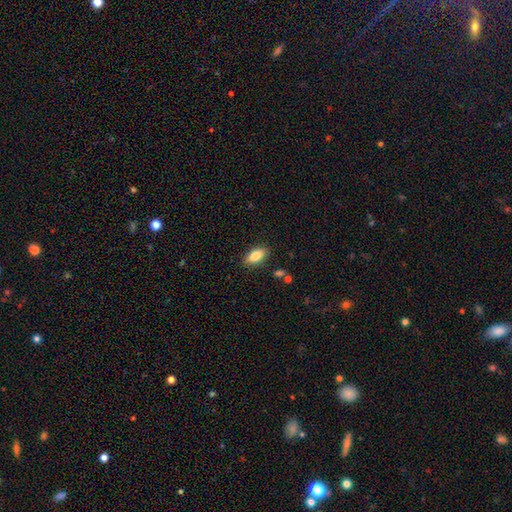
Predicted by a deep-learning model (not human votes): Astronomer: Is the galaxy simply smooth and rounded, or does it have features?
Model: smooth — 83%.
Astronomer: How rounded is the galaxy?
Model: in between — 87%.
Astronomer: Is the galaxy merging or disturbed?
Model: none — 86%.